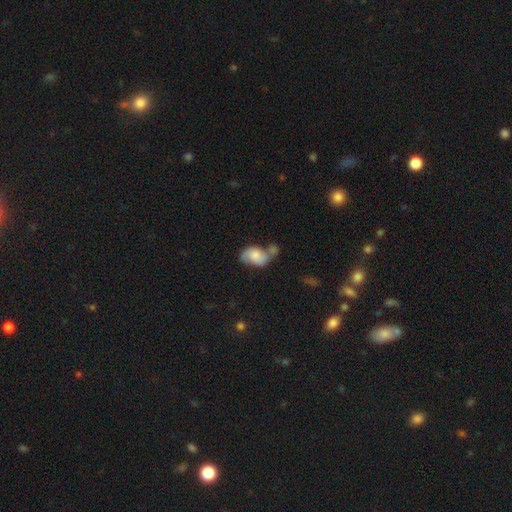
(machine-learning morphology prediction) A smooth galaxy with no disk features (49%). Merging: merger (40%).